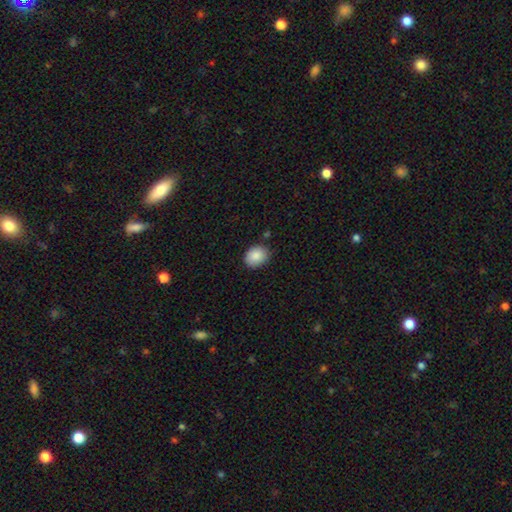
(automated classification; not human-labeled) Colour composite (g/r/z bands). It shows a smooth galaxy with no disk features (88%) that is round (51%). Merging: none (81%).